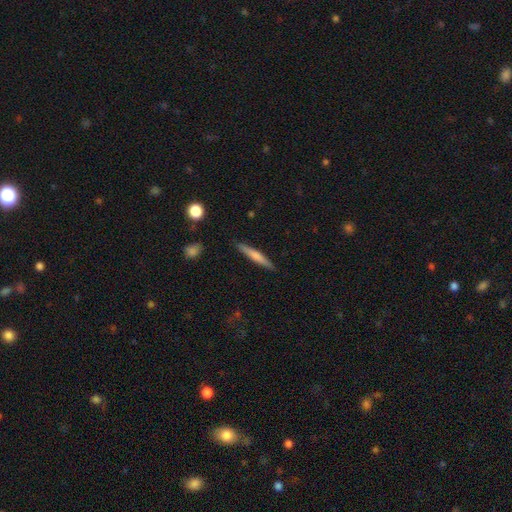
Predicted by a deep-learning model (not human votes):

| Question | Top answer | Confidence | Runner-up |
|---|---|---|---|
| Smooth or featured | smooth | 62% | featured or disk (32%) |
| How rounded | cigar-shaped | 93% | in between (5%) |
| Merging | none | 89% | minor disturbance (8%) |